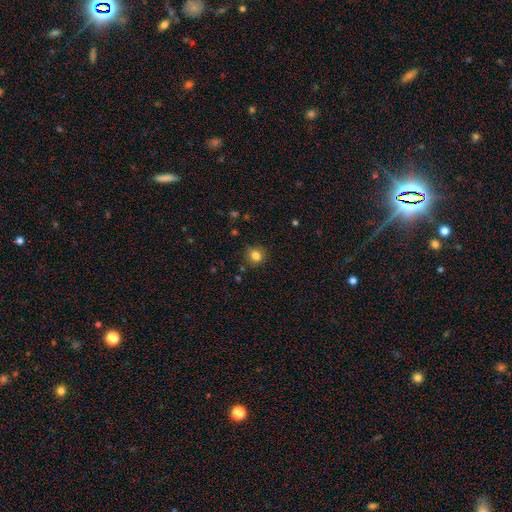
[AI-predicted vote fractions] Morphology: type=smooth (82%); roundness=round (83%); merging=none (82%).